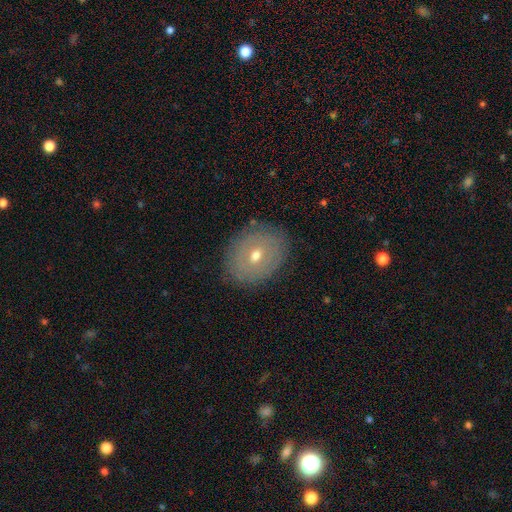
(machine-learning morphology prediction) Smooth or featured?
  - smooth: 45% * (tied)
  - featured or disk: 45% * (tied)
  - star or artifact: 9%
Merging?
  - none: 84% *
  - minor disturbance: 12%
  - major disturbance: 4%
  - merger: 1%